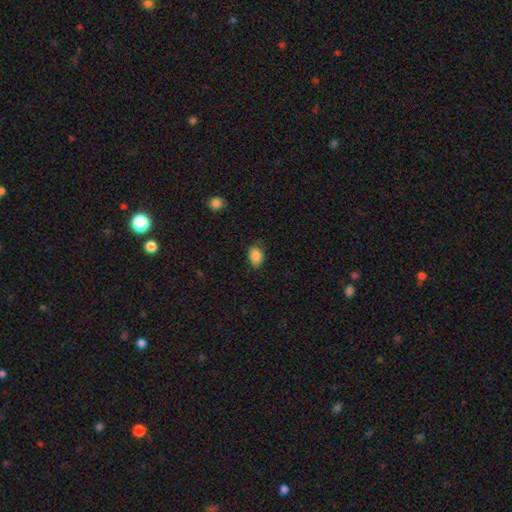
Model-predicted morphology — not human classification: Smooth or featured: smooth — 87% (star or artifact — 9%)
How rounded: in between — 76% (round — 23%)
Merging: none — 77% (minor disturbance — 18%)